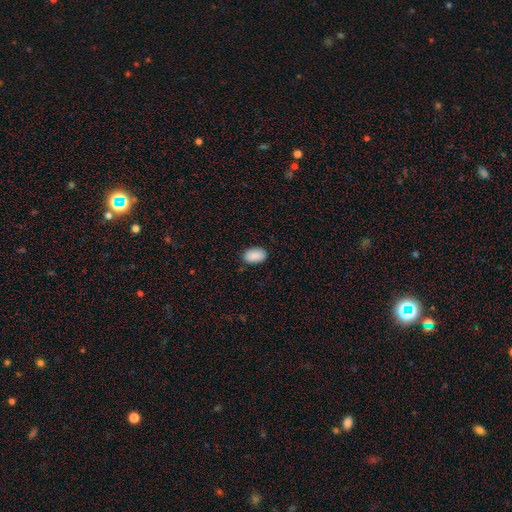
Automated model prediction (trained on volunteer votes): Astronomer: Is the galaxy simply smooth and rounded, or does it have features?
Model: smooth — 90%.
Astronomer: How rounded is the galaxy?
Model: in between — 92%.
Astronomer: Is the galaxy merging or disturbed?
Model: none — 86%.